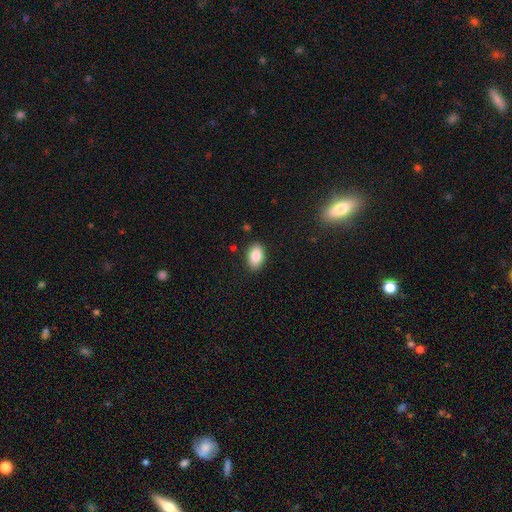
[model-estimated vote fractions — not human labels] The model was most divided on "merging": none: 87%, minor disturbance: 10%, major disturbance: 2%, merger: 1%. More confident: how rounded — in between (90%); smooth or featured — smooth (86%).